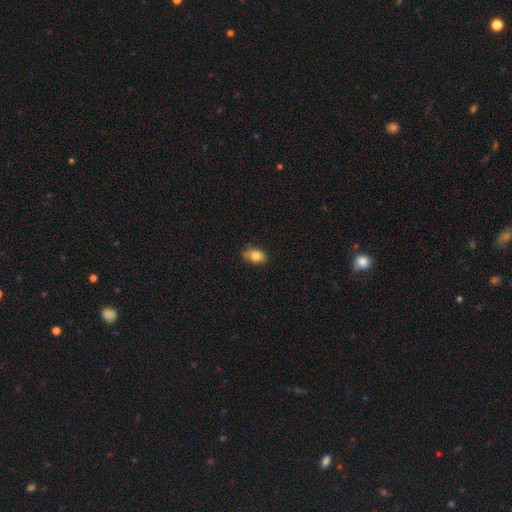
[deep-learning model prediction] Q: Smooth or featured?
A: smooth (81%); runner-up: featured or disk (11%)
Q: How rounded?
A: in between (85%); runner-up: round (13%)
Q: Merging?
A: none (73%); runner-up: minor disturbance (22%)